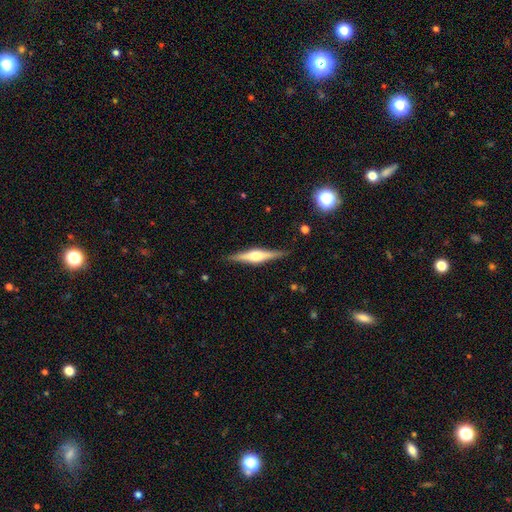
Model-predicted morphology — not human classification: This appears to be a featured or disk galaxy (75%) viewed edge-on (98%) with a rounded central bulge (89%). Merging: none (89%).